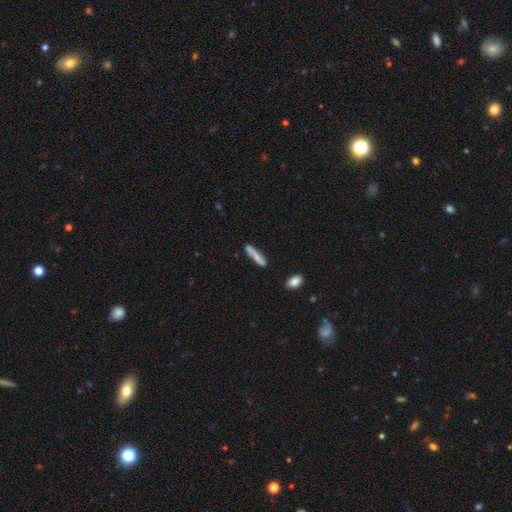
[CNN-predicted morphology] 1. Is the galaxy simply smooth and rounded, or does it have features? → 67% smooth, 26% featured or disk, 7% star or artifact.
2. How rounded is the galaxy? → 82% cigar-shaped, 16% in between, 2% round.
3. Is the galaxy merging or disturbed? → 70% none, 19% minor disturbance, 6% merger, 5% major disturbance.